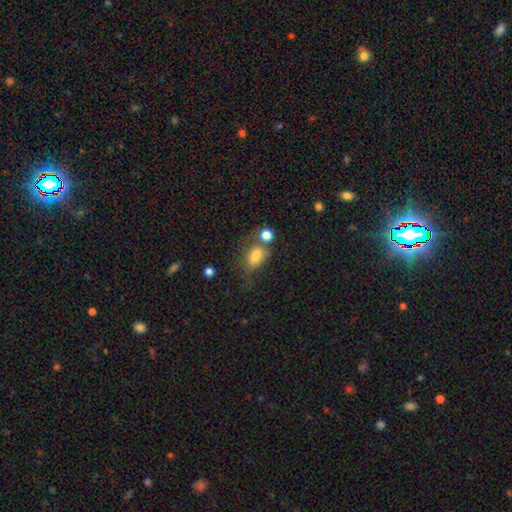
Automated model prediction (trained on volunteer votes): This is likely a smooth galaxy (78%). How rounded: likely in between (78%). Merging: marginally none (39%).